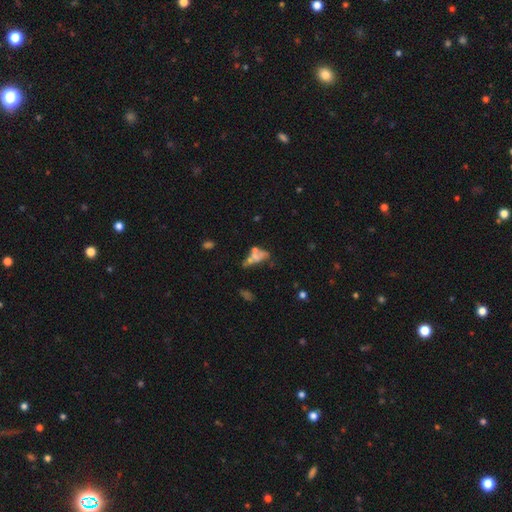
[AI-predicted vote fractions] Smooth or featured? Predicted: featured or disk (p=0.44). Merging? Predicted: merger (p=0.39).